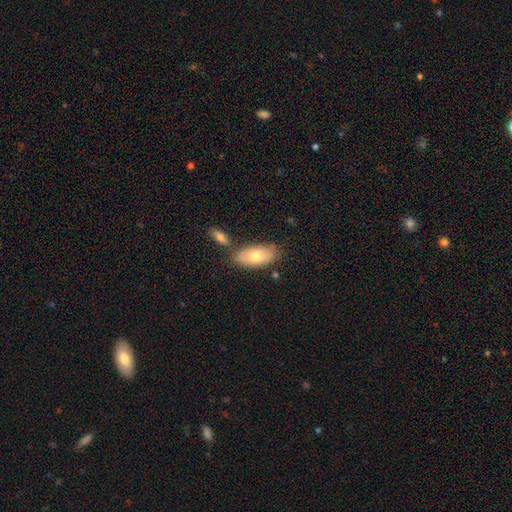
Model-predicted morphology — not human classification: smooth_or_featured: smooth (p=0.72) [alt: featured or disk p=0.22]
how_rounded: in between (p=0.91) [alt: cigar-shaped p=0.06]
merging: none (p=0.71) [alt: minor disturbance p=0.13]